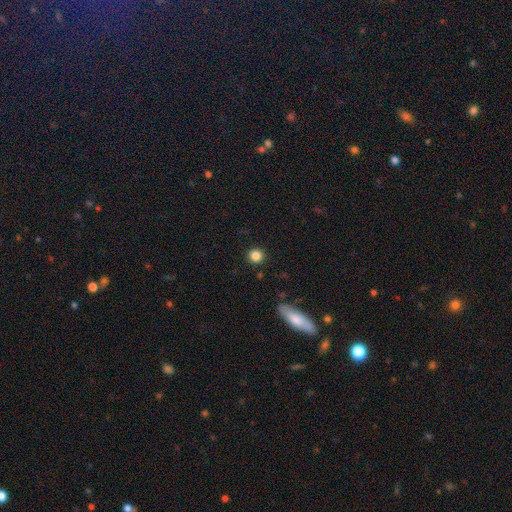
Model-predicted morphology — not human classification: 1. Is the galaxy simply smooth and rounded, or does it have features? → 85% smooth, 11% star or artifact, 4% featured or disk.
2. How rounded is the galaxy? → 93% round, 6% in between, 1% cigar-shaped.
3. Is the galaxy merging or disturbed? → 91% none, 6% minor disturbance, 2% major disturbance, 2% merger.